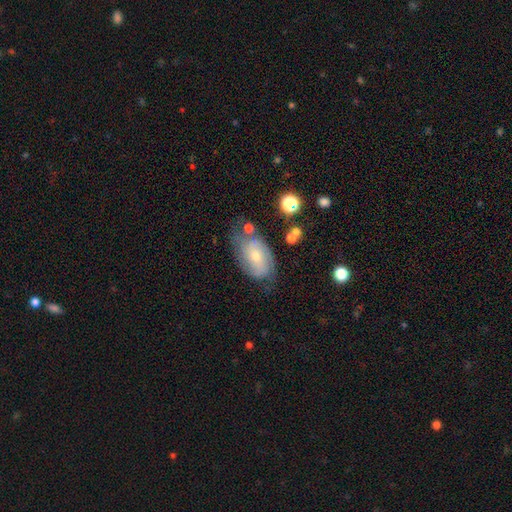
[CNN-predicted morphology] A featured or disk galaxy (61%) with no bar (64%), spiral arms (83%) and a small central bulge (58%). Merging: none (56%).